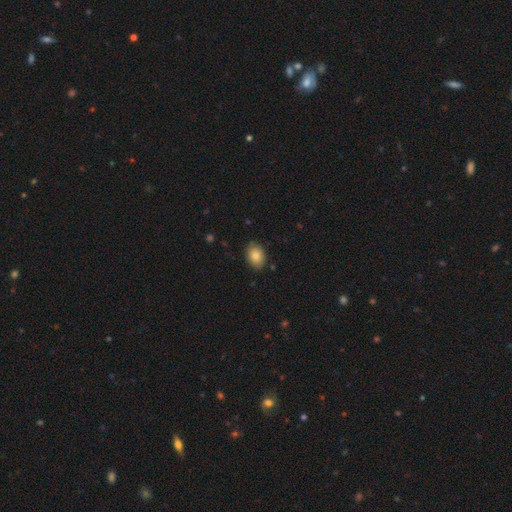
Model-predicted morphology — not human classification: smooth 85%, star or artifact 8%, featured or disk 7%. Down the decision tree: how rounded — in between (80%); merging — none (84%).